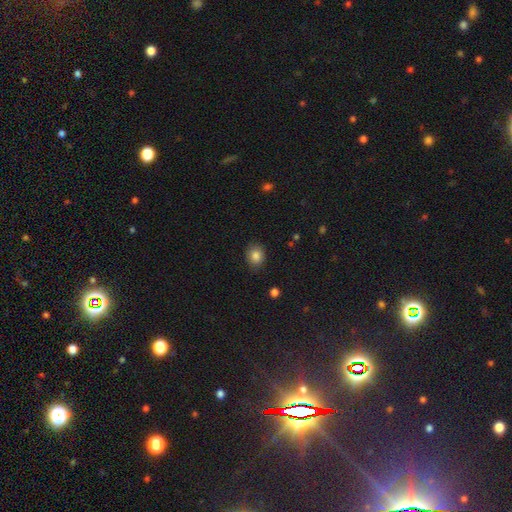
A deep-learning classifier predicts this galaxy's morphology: Smooth or featured? smooth (85%)
How rounded? round (59%)
Merging? none (83%)